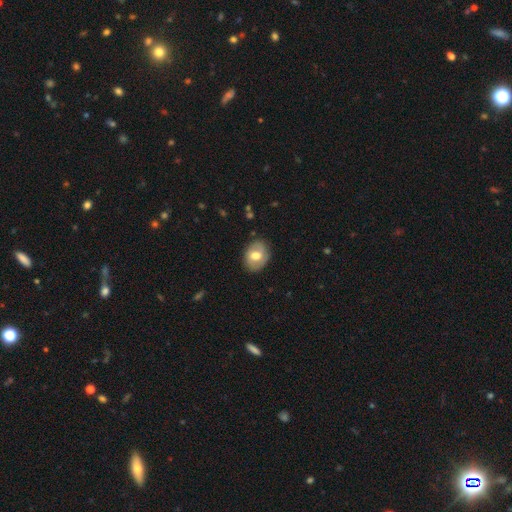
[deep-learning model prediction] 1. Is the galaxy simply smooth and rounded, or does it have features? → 63% smooth, 30% featured or disk, 7% star or artifact.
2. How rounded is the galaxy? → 61% in between, 38% round, 1% cigar-shaped.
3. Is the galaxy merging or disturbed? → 82% none, 13% minor disturbance, 3% major disturbance, 1% merger.